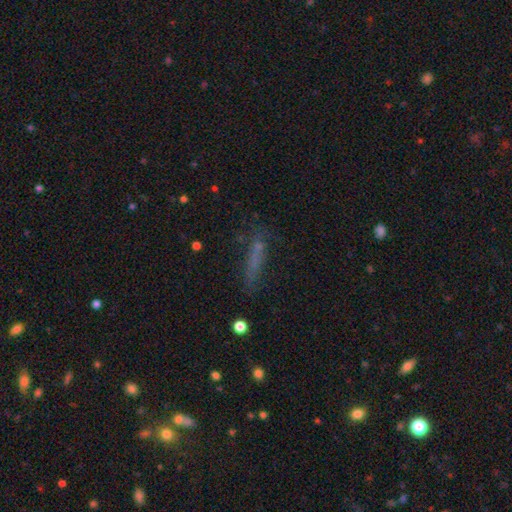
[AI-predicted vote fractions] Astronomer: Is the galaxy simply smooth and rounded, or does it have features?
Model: smooth — 58%.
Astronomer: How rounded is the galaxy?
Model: cigar-shaped — 82%.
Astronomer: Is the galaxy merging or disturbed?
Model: none — 64%.